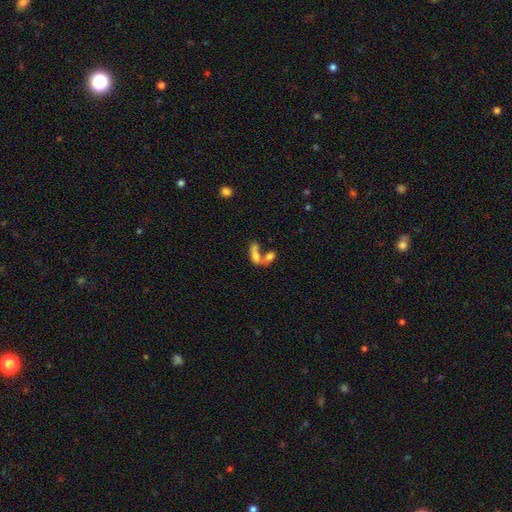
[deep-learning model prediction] Morphology: type=smooth (63%); roundness=in between (77%); merging=merger (68%).